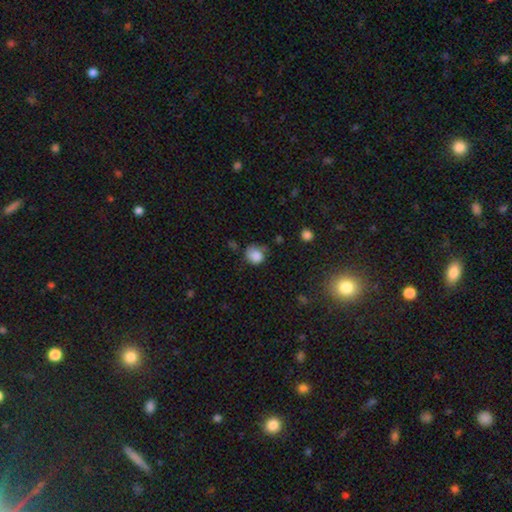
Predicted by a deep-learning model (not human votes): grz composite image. It shows a smooth galaxy with no disk features (81%) that is round (74%). Merging: none (46%).